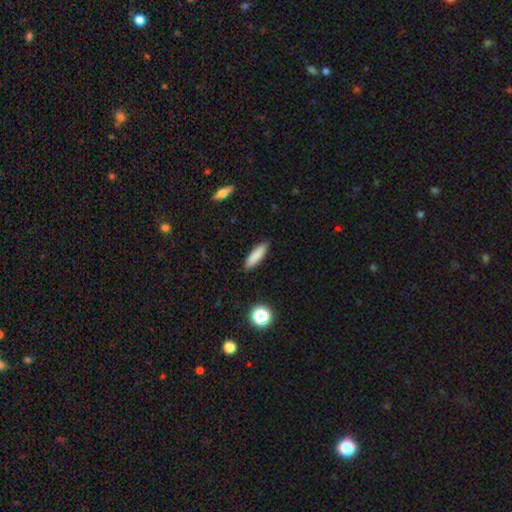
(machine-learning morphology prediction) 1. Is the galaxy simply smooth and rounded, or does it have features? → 84% smooth, 8% star or artifact, 8% featured or disk.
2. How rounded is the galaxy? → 66% cigar-shaped, 32% in between, 2% round.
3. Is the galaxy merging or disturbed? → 88% none, 9% minor disturbance, 2% major disturbance, 1% merger.